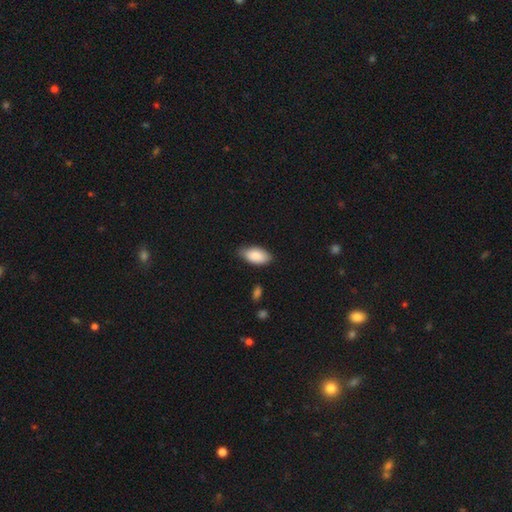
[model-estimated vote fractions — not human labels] smooth 88%, featured or disk 6%, star or artifact 6%. Down the decision tree: how rounded — in between (94%); merging — none (72%).